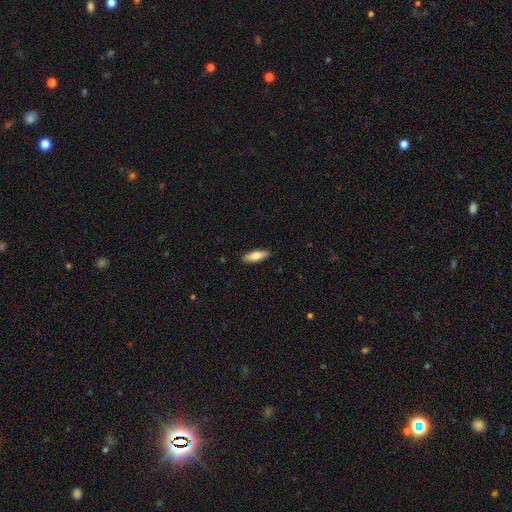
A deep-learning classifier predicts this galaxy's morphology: Overall: smooth (73%). How rounded: in between (54%; cigar-shaped 44%). Merging: none (90%).